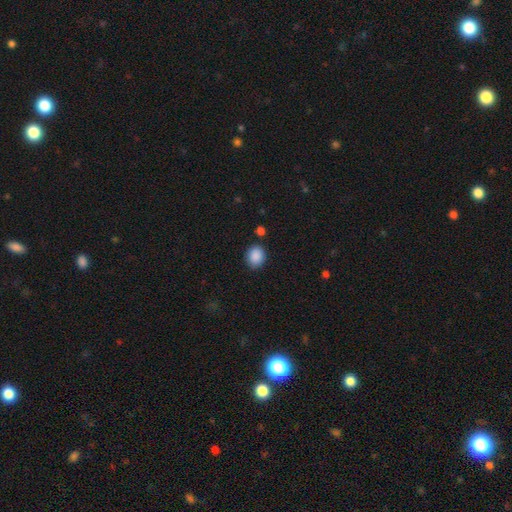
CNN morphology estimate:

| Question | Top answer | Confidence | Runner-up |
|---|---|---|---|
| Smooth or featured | smooth | 89% | star or artifact (8%) |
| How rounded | round | 55% | in between (44%) |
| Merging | none | 84% | minor disturbance (10%) |